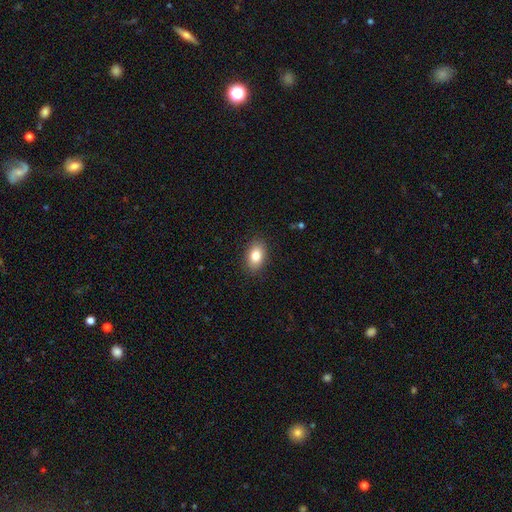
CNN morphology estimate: The model was most divided on "smooth or featured": smooth: 83%, featured or disk: 9%, star or artifact: 8%. More confident: merging — none (88%); how rounded — in between (87%).